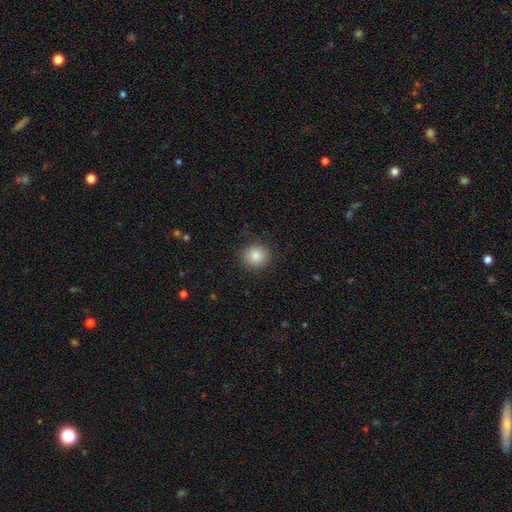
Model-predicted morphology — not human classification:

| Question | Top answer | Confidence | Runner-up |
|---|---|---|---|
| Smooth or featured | smooth | 86% | star or artifact (9%) |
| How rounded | round | 88% | in between (11%) |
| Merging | none | 89% | minor disturbance (7%) |